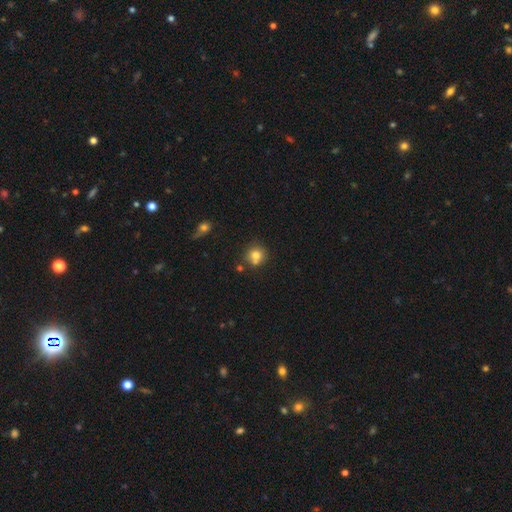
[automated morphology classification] Smooth or featured? Predicted: smooth (p=0.76). How rounded? Predicted: round (p=0.86). Merging? Predicted: none (p=0.60).